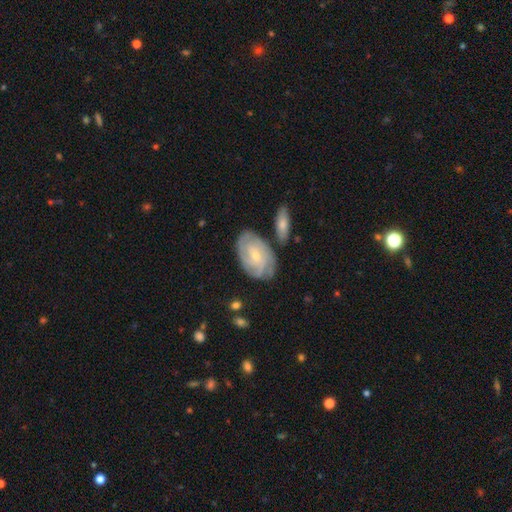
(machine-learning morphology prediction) This is likely a featured or disk galaxy (75%). It is clearly not viewed edge-on (96%). Bar: likely no (64%). Spiral arm pattern: clearly yes (91%). Spiral arm count: marginally can't tell (39%). Spiral winding: likely tight (64%). Central bulge: likely small (72%). Merging: likely none (70%).